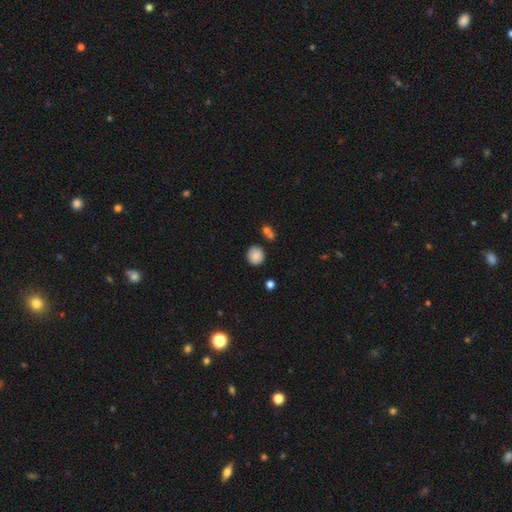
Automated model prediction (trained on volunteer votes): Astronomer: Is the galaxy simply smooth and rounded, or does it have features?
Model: smooth — 84%.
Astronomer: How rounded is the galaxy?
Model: round — 85%.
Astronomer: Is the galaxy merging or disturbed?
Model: none — 80%.